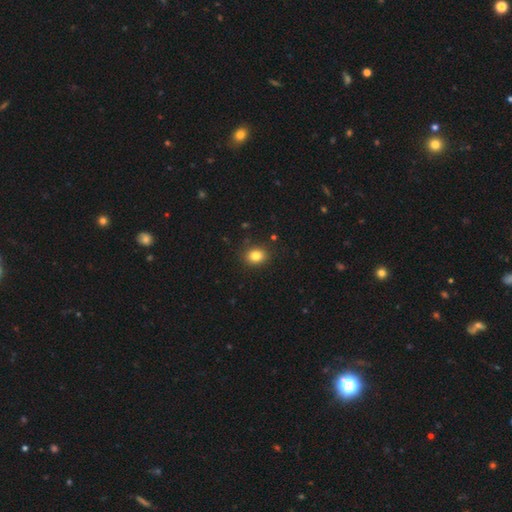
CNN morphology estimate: smooth_or_featured: smooth (p=0.82) [alt: star or artifact p=0.11]
how_rounded: round (p=0.58) [alt: in between p=0.41]
merging: none (p=0.88) [alt: minor disturbance p=0.08]